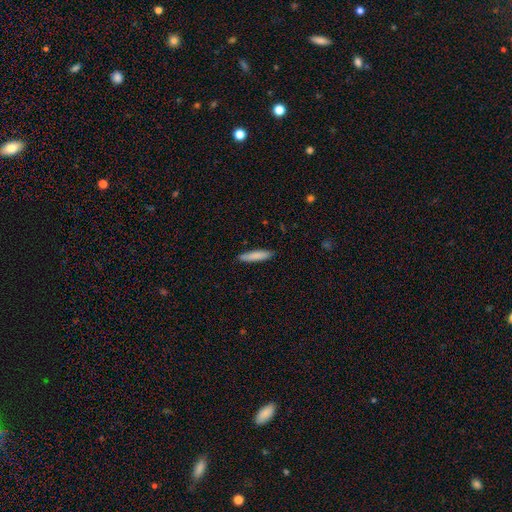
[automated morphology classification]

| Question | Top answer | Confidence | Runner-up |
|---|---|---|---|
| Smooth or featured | smooth | 84% | featured or disk (10%) |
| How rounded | cigar-shaped | 84% | in between (15%) |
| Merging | none | 87% | minor disturbance (10%) |